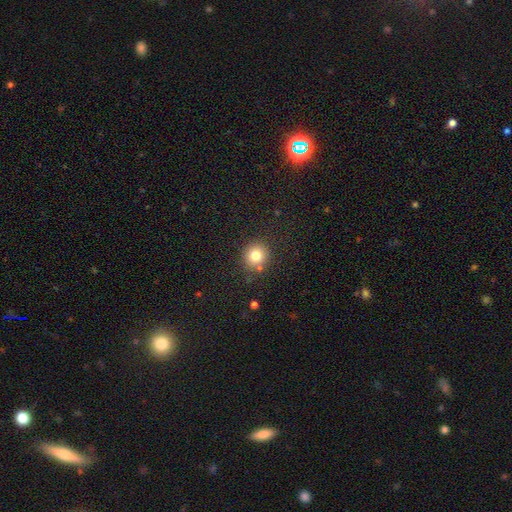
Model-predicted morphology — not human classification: Smooth or featured? Predicted: smooth (p=0.79). How rounded? Predicted: round (p=0.89). Merging? Predicted: none (p=0.82).